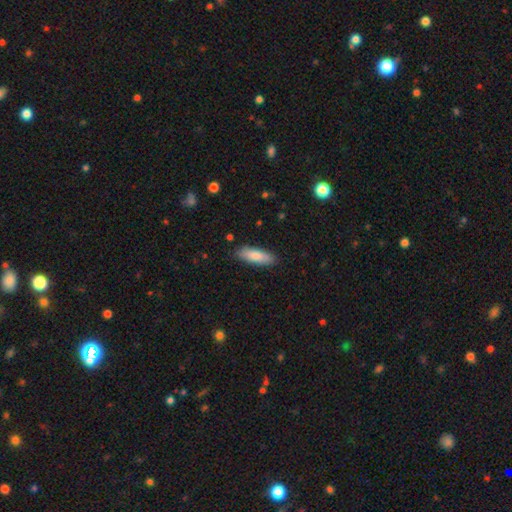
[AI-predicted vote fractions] A smooth galaxy with no disk features (80%) that is in between round and cigar-shaped (53%).

Vote fractions:
- Smooth or featured? smooth: 80% / featured or disk: 14% / star or artifact: 6%
- How rounded? in between: 53% / cigar-shaped: 45% / round: 2%
- Merging? none: 87% / minor disturbance: 10% / major disturbance: 2% / merger: 1%